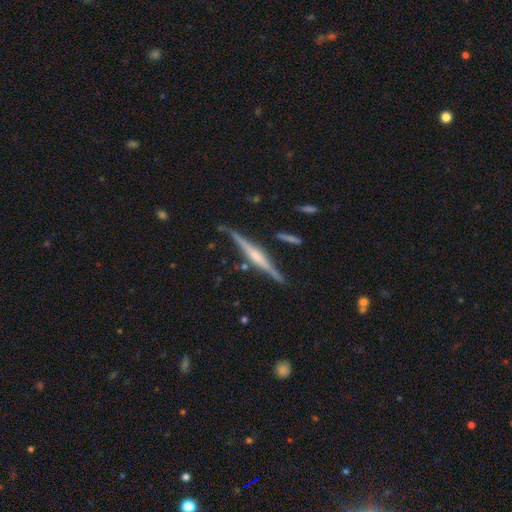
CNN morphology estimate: A featured or disk galaxy (82%) viewed edge-on (98%) with a rounded central bulge (63%). Merging: none (86%).